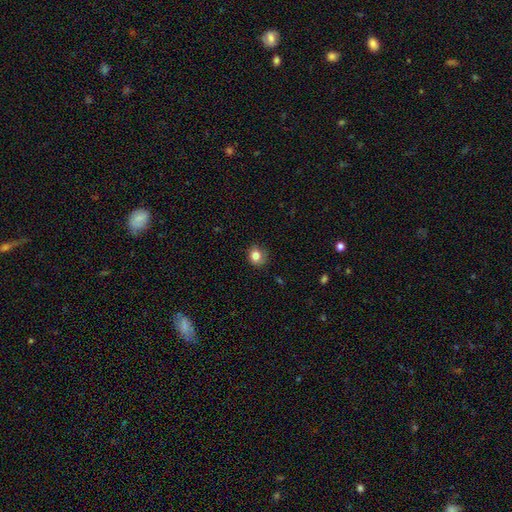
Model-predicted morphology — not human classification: This is clearly a smooth galaxy (82%). How rounded: likely round (80%). Merging: likely none (78%).